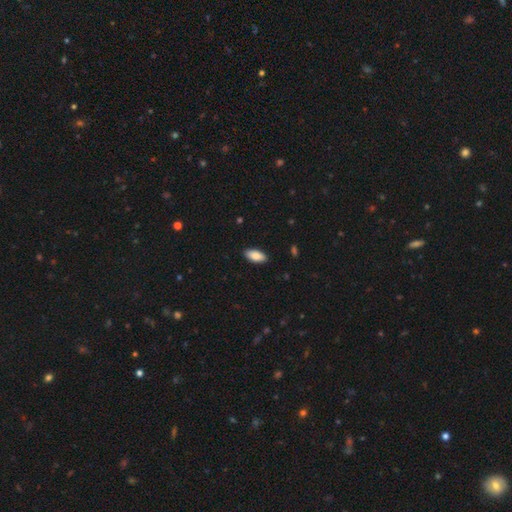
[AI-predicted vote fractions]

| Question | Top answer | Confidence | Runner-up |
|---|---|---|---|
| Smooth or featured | smooth | 88% | featured or disk (6%) |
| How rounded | in between | 89% | cigar-shaped (9%) |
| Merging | none | 89% | minor disturbance (8%) |